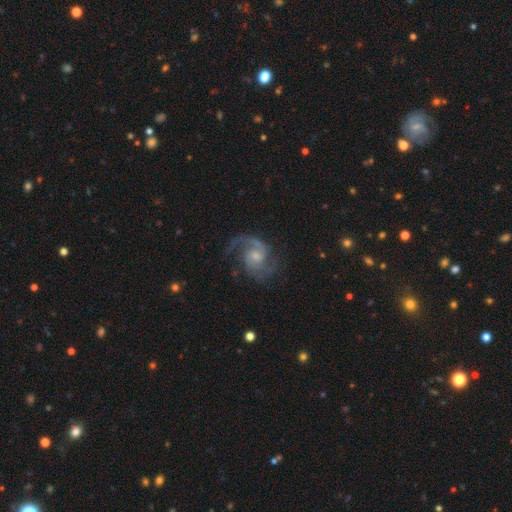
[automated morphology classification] This appears to be a featured or disk galaxy (89%) with no bar (59%), 2 (78%) medium (55%) spiral arms (97%) and a small central bulge (49%). Merging: none (69%).